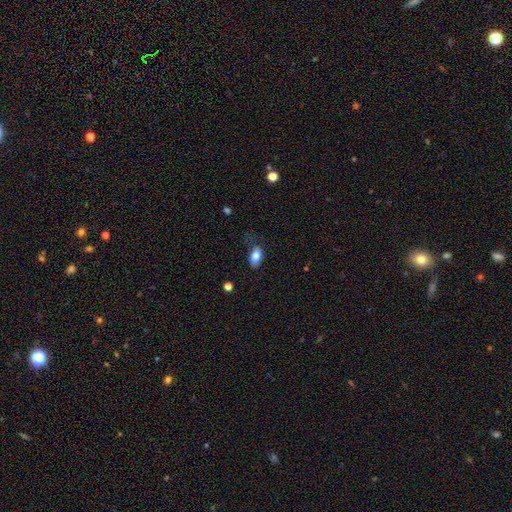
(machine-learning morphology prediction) A smooth galaxy with no disk features (82%) that is in between round and cigar-shaped (89%).

Vote fractions:
- Smooth or featured? smooth: 82% / featured or disk: 11% / star or artifact: 8%
- How rounded? in between: 89% / round: 6% / cigar-shaped: 5%
- Merging? none: 59% / minor disturbance: 28% / major disturbance: 12% / merger: 2%